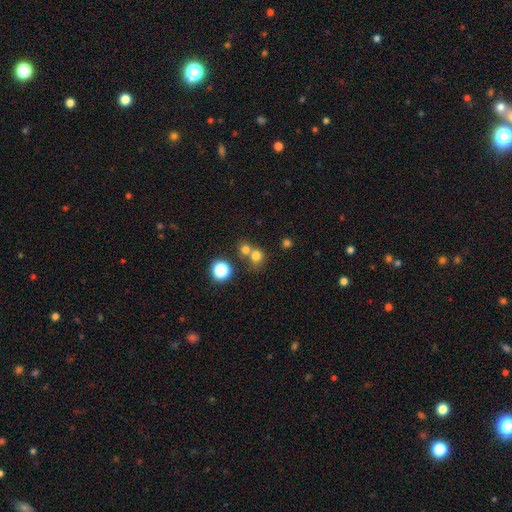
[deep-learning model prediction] Morphology: type=smooth (73%); roundness=round (80%); merging=none (46%).